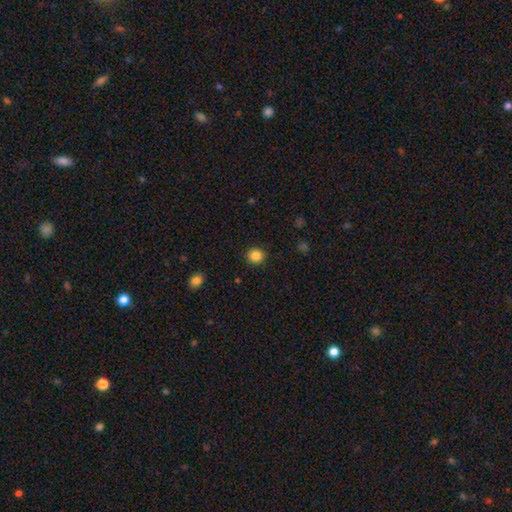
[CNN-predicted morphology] Q: Smooth or featured?
A: smooth (85%); runner-up: star or artifact (11%)
Q: How rounded?
A: round (89%); runner-up: in between (10%)
Q: Merging?
A: none (91%); runner-up: minor disturbance (6%)